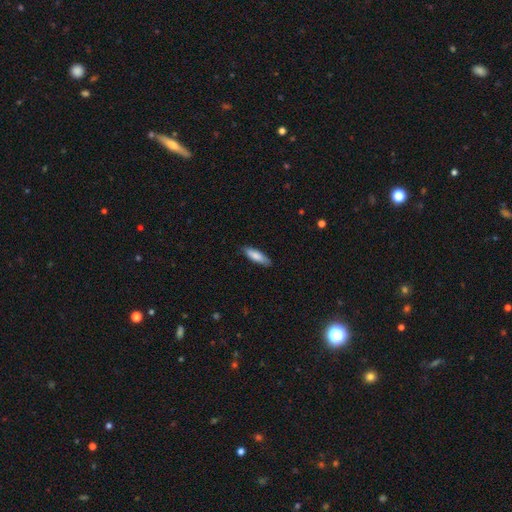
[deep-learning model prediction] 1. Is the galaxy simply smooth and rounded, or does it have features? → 82% smooth, 13% featured or disk, 6% star or artifact.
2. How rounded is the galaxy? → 56% cigar-shaped, 43% in between, 2% round.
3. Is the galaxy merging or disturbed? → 85% none, 12% minor disturbance, 2% major disturbance, 1% merger.